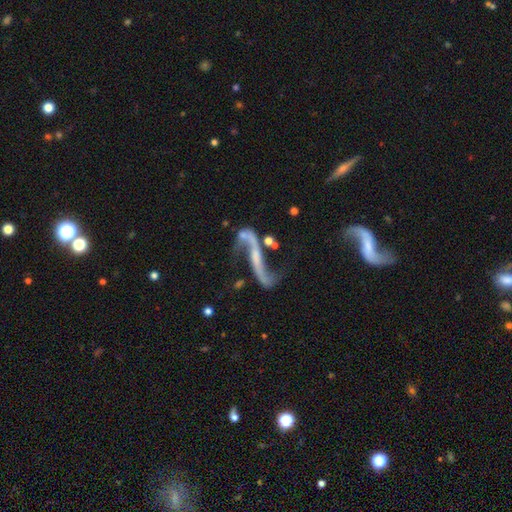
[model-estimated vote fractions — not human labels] Morphology: type=featured or disk (86%); edge-on=no (85%); bar=strong (35%); spiral arms=yes (91%); winding=loose (90%); arm count=2 (91%); bulge=small (47%); merging=none (48%).